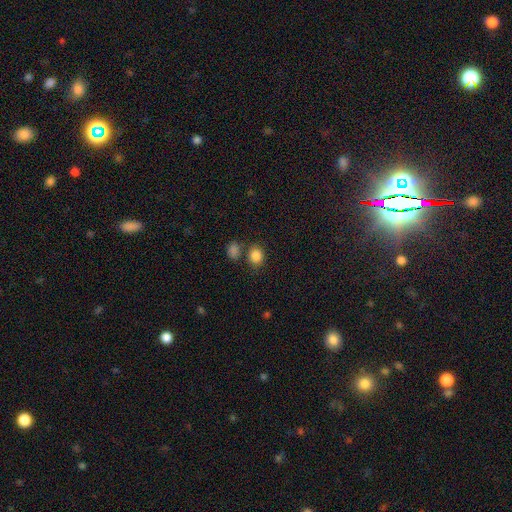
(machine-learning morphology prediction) Q: Smooth or featured?
A: smooth (85%); runner-up: star or artifact (11%)
Q: How rounded?
A: round (71%); runner-up: in between (28%)
Q: Merging?
A: none (72%); runner-up: merger (14%)